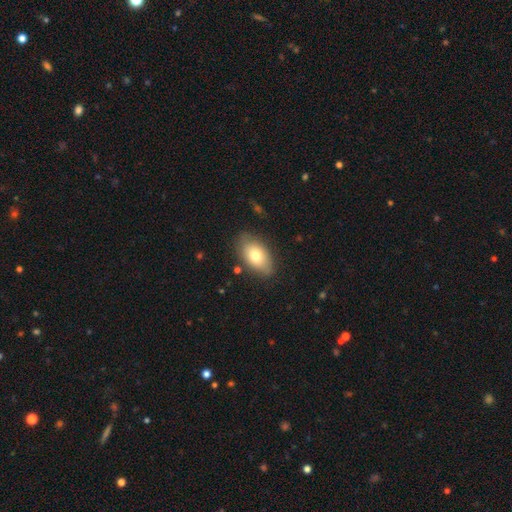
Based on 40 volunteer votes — Smooth or featured? smooth (75%)
How rounded? in between (93%)
Merging? none (61%)